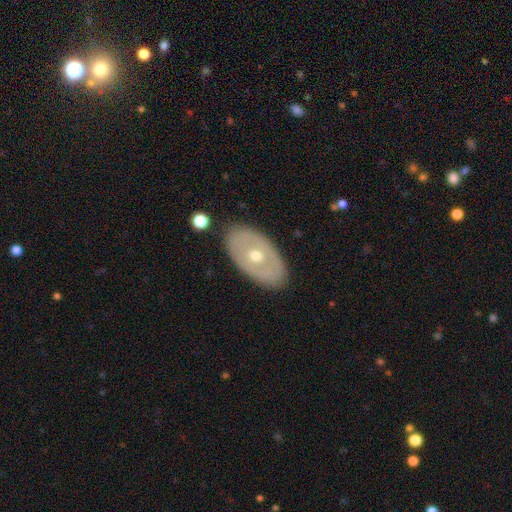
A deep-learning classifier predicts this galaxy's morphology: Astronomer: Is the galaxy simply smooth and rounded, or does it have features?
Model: featured or disk — 58% (runner-up: smooth, 36%).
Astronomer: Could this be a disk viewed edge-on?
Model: no — 87%.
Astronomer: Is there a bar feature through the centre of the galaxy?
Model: no — 89%.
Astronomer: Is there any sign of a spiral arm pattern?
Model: no — 89%.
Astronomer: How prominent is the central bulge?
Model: moderate — 60% (runner-up: small, 36%).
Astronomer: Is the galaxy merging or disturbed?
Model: none — 85%.